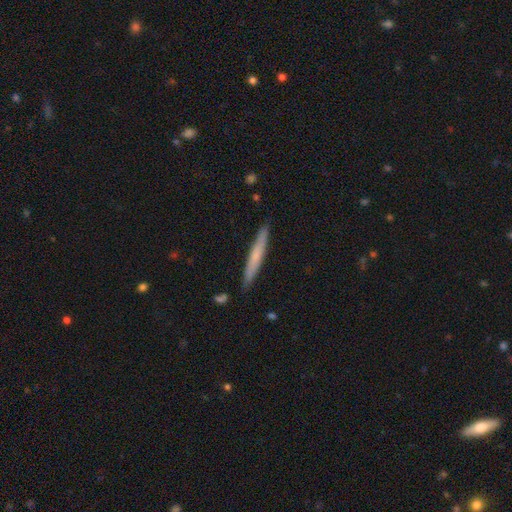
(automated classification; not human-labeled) Morphology: type=smooth (57%); roundness=cigar-shaped (96%); merging=none (90%).